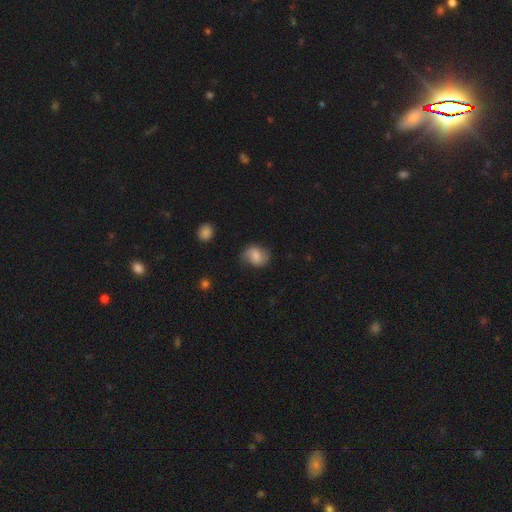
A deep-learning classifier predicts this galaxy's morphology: The model was most divided on "how rounded": round: 50%, in between: 49%, cigar-shaped: 1%. More confident: merging — none (65%); smooth or featured — smooth (54%).